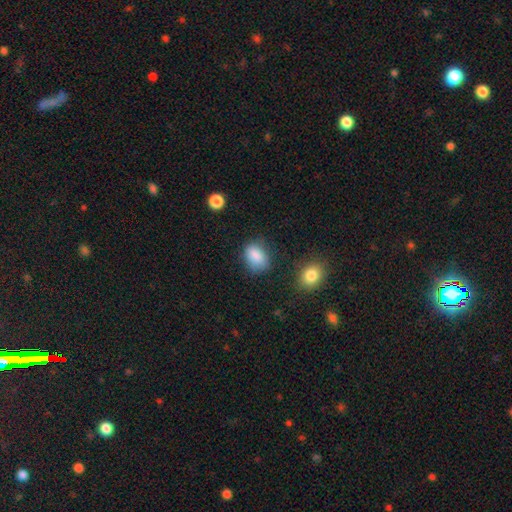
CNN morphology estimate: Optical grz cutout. It shows a smooth galaxy with no disk features (86%) that is in between round and cigar-shaped (78%). Merging: none (70%).